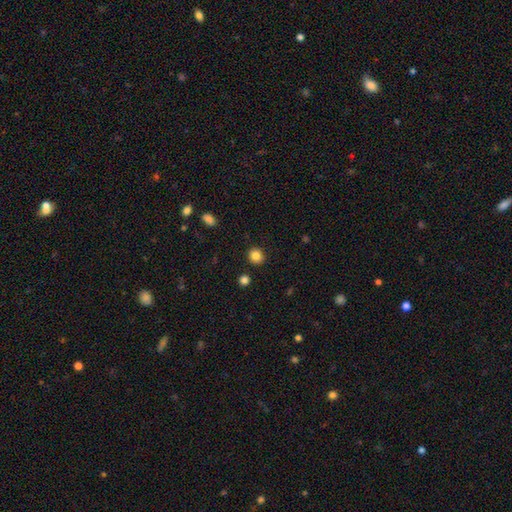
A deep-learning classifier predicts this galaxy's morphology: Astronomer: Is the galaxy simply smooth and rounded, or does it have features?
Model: smooth — 85%.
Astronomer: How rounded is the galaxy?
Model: round — 86%.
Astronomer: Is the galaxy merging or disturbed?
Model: none — 90%.